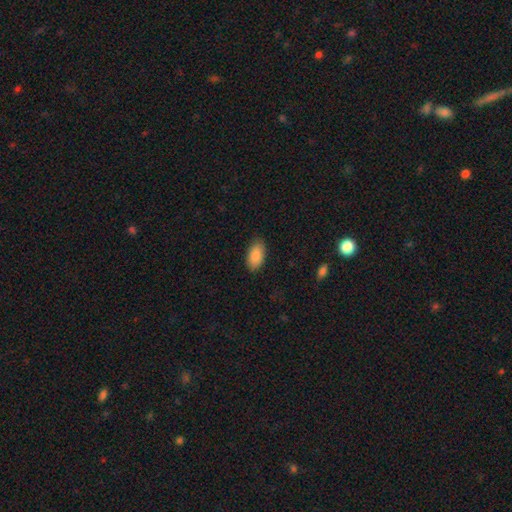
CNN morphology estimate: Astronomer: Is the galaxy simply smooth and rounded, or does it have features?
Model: smooth — 89%.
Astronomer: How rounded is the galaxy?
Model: in between — 94%.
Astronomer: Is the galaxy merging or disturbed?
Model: none — 85%.